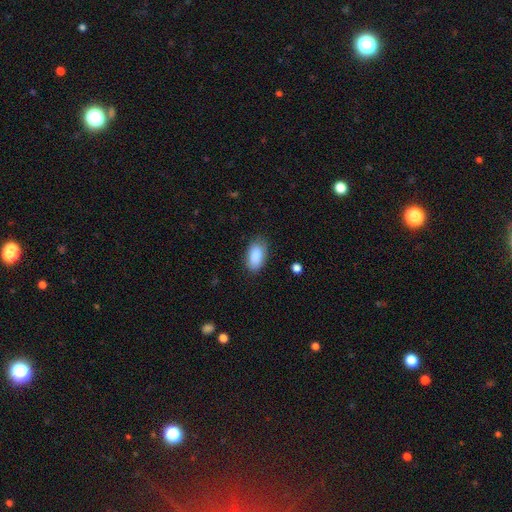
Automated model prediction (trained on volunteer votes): This is clearly a smooth galaxy (87%). How rounded: clearly in between (94%). Merging: clearly none (80%).